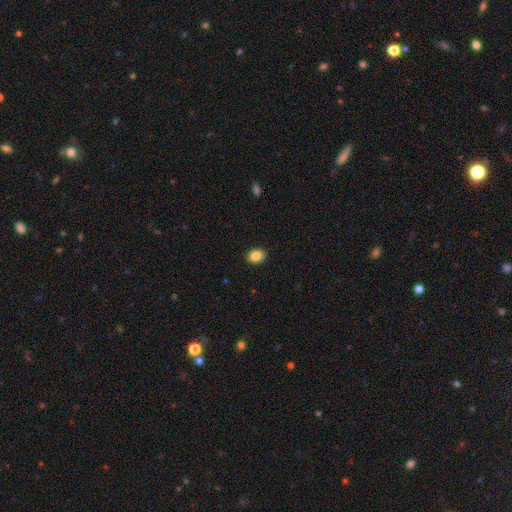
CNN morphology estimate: Smooth or featured? smooth (86%)
How rounded? in between (58%)
Merging? none (90%)